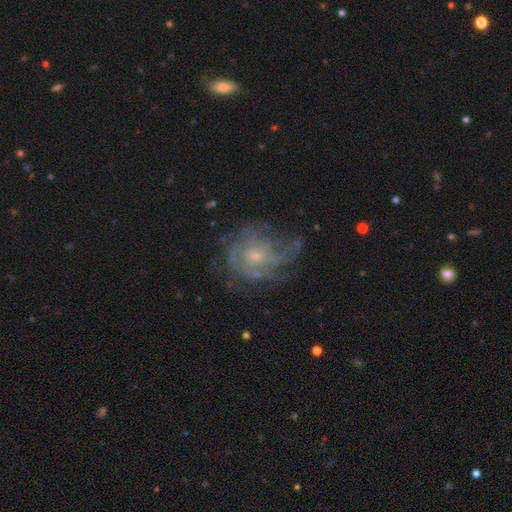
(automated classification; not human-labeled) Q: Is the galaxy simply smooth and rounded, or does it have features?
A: featured or disk — 70%.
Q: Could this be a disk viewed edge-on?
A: no — 97%.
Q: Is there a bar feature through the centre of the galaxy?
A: no — 81%.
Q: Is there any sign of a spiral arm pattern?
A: yes — 66%.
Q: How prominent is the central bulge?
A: small — 66%.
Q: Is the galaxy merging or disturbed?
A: none — 51%.